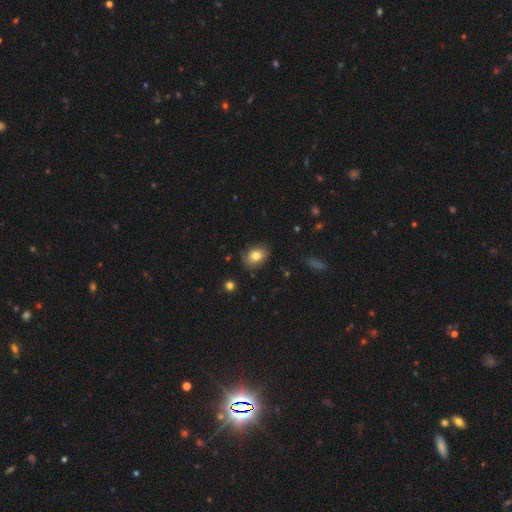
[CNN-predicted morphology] The model was most divided on "how rounded": in between: 65%, round: 34%, cigar-shaped: 1%. More confident: merging — none (81%); smooth or featured — smooth (80%).